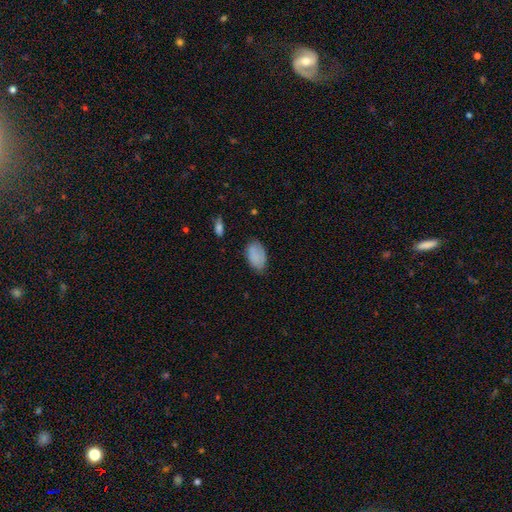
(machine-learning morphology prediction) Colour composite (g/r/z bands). It shows a smooth galaxy with no disk features (85%) that is in between round and cigar-shaped (92%). Merging: none (68%).